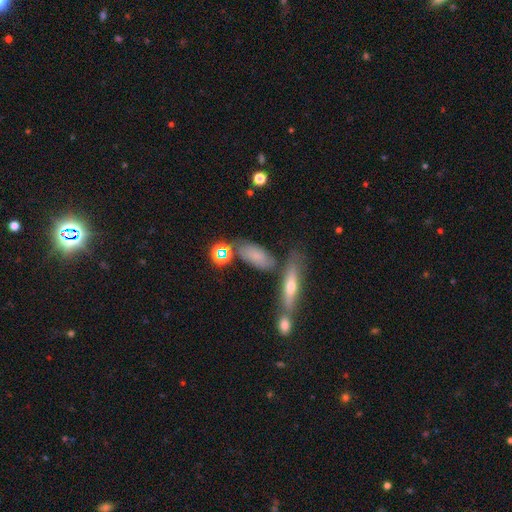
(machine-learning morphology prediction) Smooth or featured? smooth (55%)
How rounded? in between (78%)
Merging? none (61%)